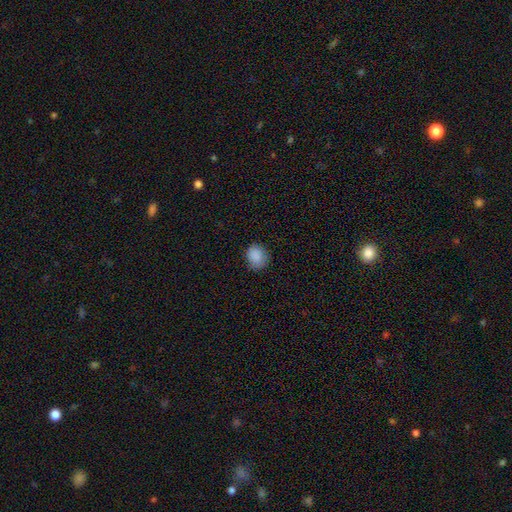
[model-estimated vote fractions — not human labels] Smooth or featured: smooth — 88% (star or artifact — 9%)
How rounded: round — 69% (in between — 30%)
Merging: none — 76% (minor disturbance — 18%)